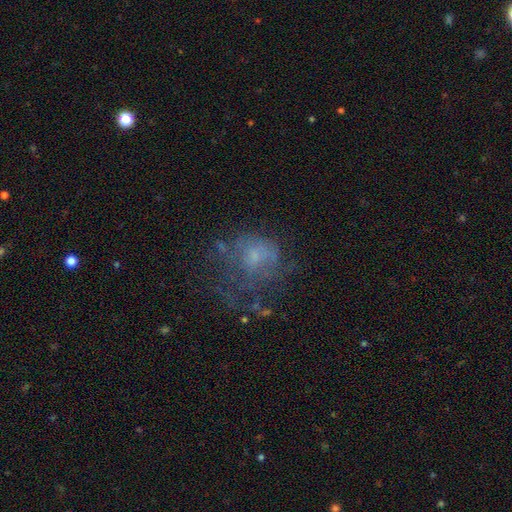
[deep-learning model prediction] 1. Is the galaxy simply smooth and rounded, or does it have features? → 42% smooth, 40% featured or disk, 18% star or artifact.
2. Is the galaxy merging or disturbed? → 38% major disturbance (tied), 38% none (tied), 20% minor disturbance, 4% merger.